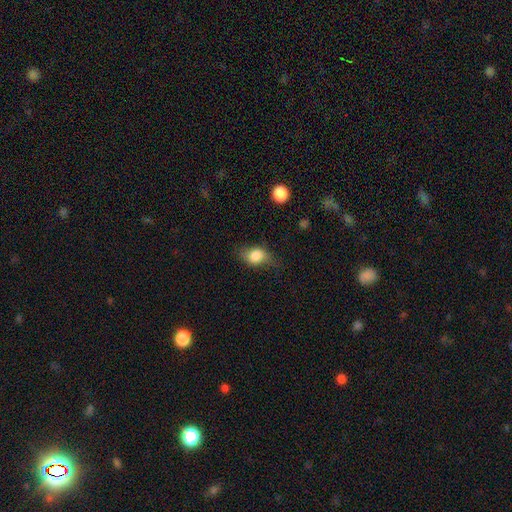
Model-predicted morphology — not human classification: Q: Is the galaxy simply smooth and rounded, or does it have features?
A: smooth — 78%.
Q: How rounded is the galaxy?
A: in between — 71%.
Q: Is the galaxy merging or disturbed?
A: none — 60%.